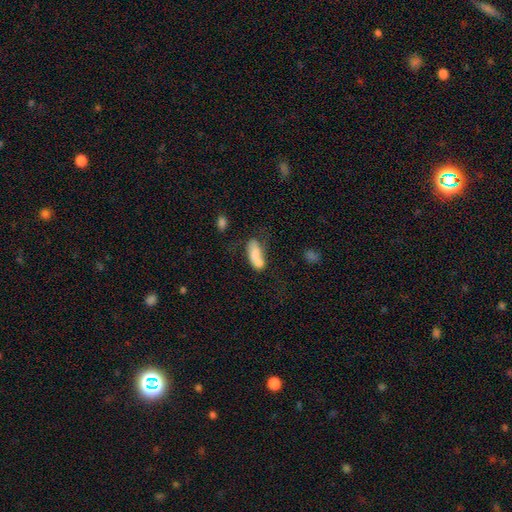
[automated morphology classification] Smooth or featured: smooth — 62% (featured or disk — 31%)
How rounded: in between — 80% (cigar-shaped — 14%)
Merging: merger — 44% (none — 28%)